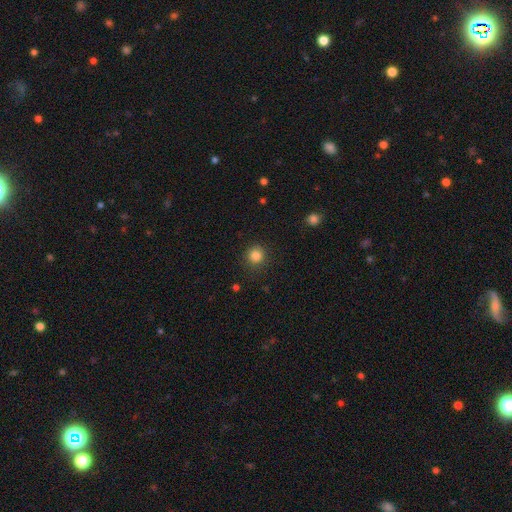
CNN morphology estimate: smooth-or-featured: smooth: 83% | star or artifact: 12% | featured or disk: 4%
  how-rounded: round: 93% | in between: 7% | cigar-shaped: 1%
  merging: none: 88% | minor disturbance: 8% | major disturbance: 3% | merger: 1%